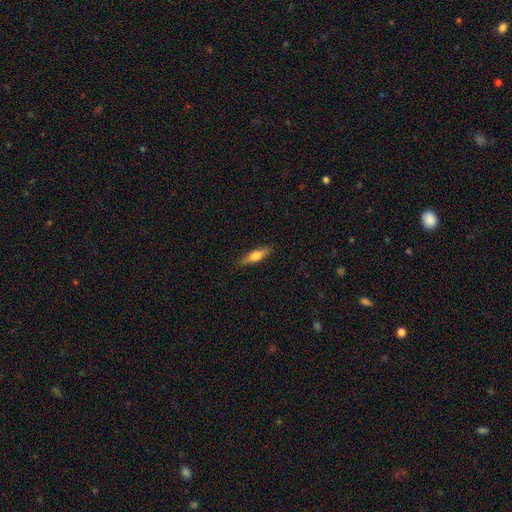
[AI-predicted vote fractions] smooth 49%, featured or disk 45%, star or artifact 6%. Down the decision tree: merging — none (87%).